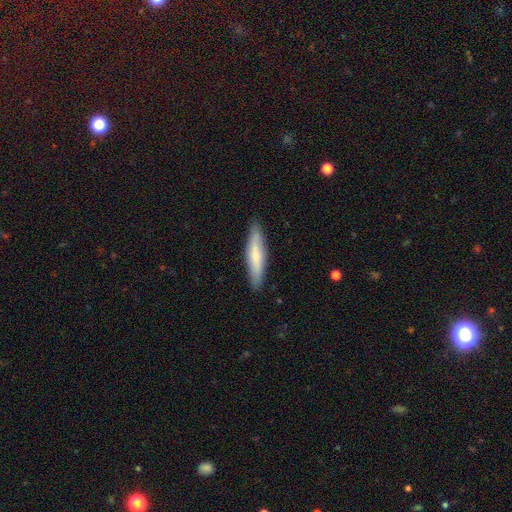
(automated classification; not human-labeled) smooth-or-featured: smooth: 72% | featured or disk: 22% | star or artifact: 6%
  how-rounded: cigar-shaped: 81% | in between: 18% | round: 1%
  merging: none: 87% | minor disturbance: 10% | major disturbance: 2% | merger: 1%